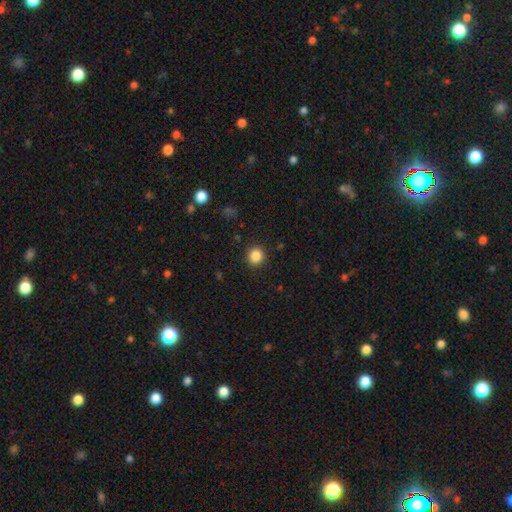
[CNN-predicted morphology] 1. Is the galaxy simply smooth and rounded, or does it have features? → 86% smooth, 11% star or artifact, 4% featured or disk.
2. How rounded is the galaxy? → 89% round, 10% in between, 1% cigar-shaped.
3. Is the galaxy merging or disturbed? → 90% none, 6% minor disturbance, 2% major disturbance, 1% merger.